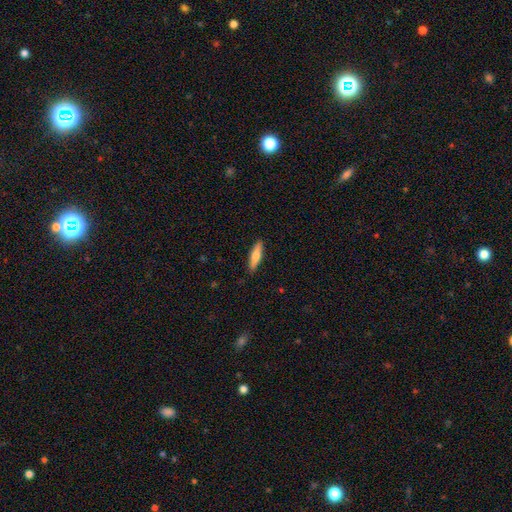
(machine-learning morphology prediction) Overall: smooth (65%; featured or disk 30%). How rounded: cigar-shaped (70%). Merging: none (89%).